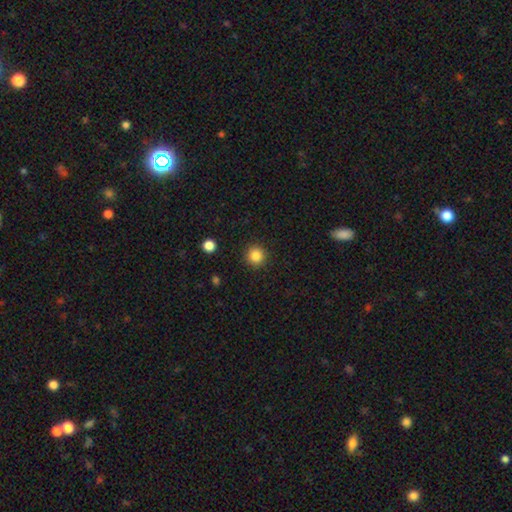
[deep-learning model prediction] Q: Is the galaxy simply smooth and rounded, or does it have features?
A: smooth — 85%.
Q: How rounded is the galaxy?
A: round — 94%.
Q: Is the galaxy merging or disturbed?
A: none — 91%.